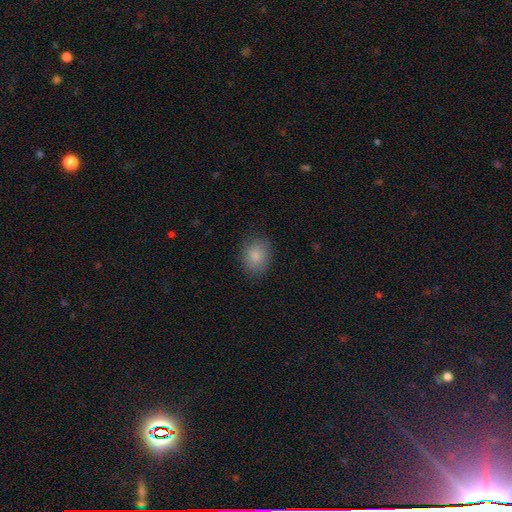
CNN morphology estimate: type=smooth (84%); roundness=round (55%); merging=none (84%).